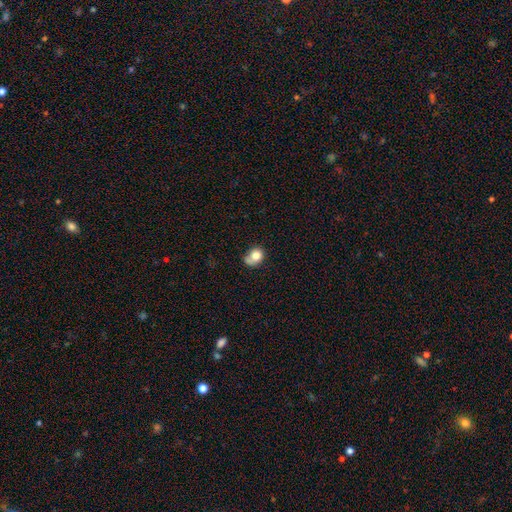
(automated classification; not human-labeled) A smooth galaxy with no disk features (77%) that is round (61%).

Vote fractions:
- Smooth or featured? smooth: 77% / featured or disk: 13% / star or artifact: 9%
- How rounded? round: 61% / in between: 38% / cigar-shaped: 1%
- Merging? none: 43% / minor disturbance: 29% / merger: 14% / major disturbance: 14%